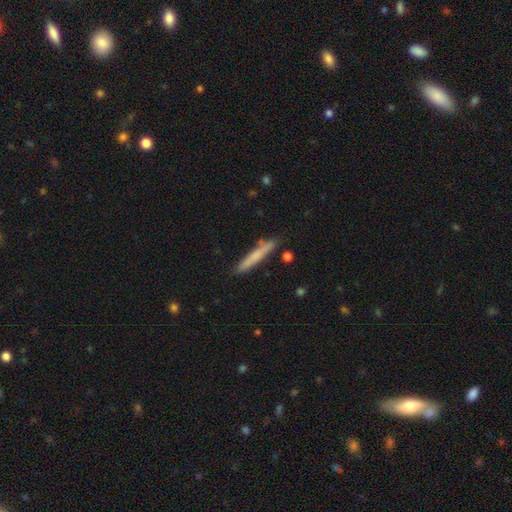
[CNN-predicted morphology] This appears to be a smooth galaxy with no disk features (63%) that is cigar-shaped (95%). Merging: none (83%).